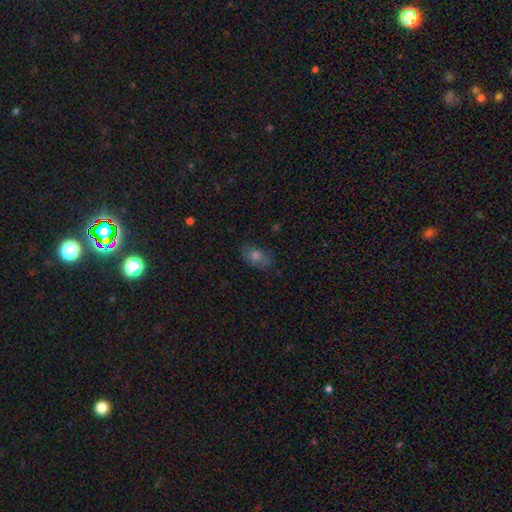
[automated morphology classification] This appears to be a smooth galaxy with no disk features (63%) that is in between round and cigar-shaped (80%). Merging: none (72%).